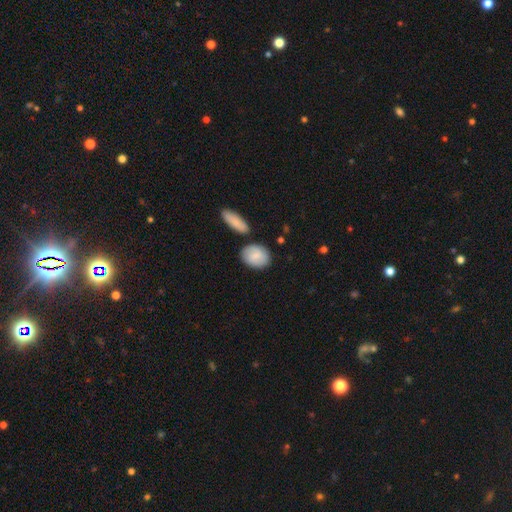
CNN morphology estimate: The model was most divided on "how rounded": in between: 65%, round: 33%, cigar-shaped: 2%. More confident: smooth or featured — smooth (80%); merging — none (76%).